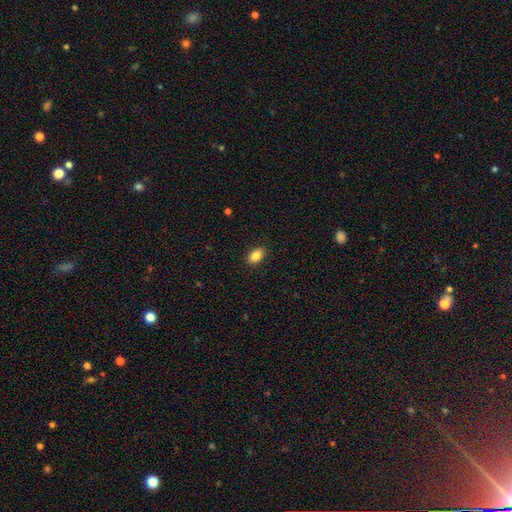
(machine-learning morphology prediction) A smooth galaxy with no disk features (86%) that is in between round and cigar-shaped (89%).

Vote fractions:
- Smooth or featured? smooth: 86% / star or artifact: 8% / featured or disk: 5%
- How rounded? in between: 89% / round: 10% / cigar-shaped: 1%
- Merging? none: 89% / minor disturbance: 8% / major disturbance: 2% / merger: 1%